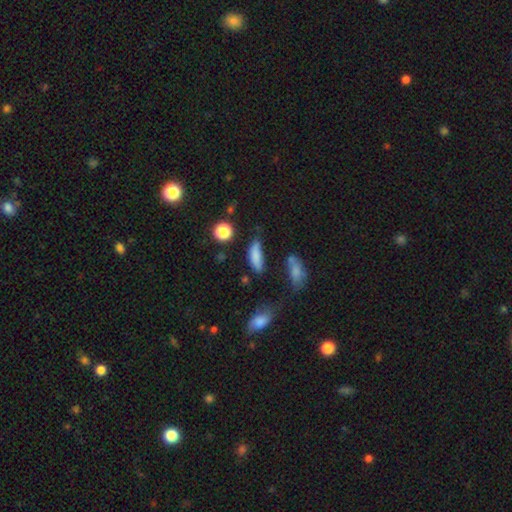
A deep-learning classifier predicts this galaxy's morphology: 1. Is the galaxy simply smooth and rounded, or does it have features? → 78% smooth, 12% star or artifact, 11% featured or disk.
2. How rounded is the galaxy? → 58% in between, 37% cigar-shaped, 5% round.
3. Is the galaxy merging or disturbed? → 55% none, 28% minor disturbance, 9% major disturbance, 8% merger.